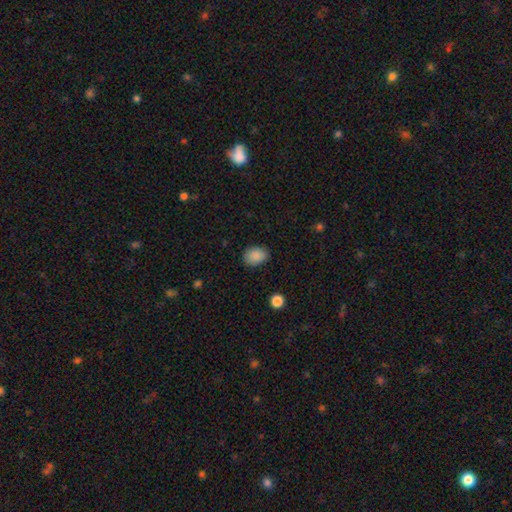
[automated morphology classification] This is clearly a smooth galaxy (88%). How rounded: likely in between (71%). Merging: clearly none (82%).